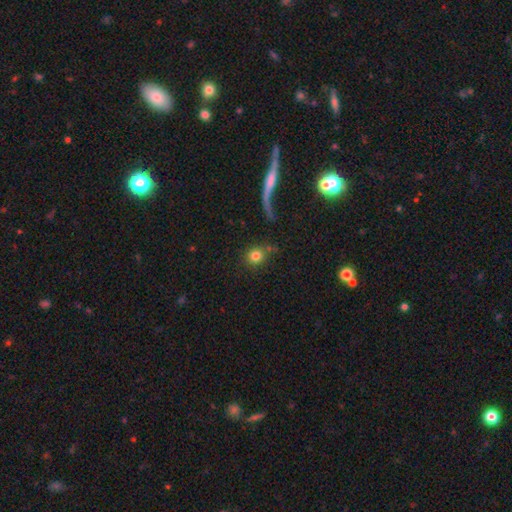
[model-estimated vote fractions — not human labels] Smooth or featured?
  - smooth: 81% *
  - star or artifact: 10%
  - featured or disk: 9%
How rounded?
  - round: 89% *
  - in between: 9%
  - cigar-shaped: 2%
Merging?
  - none: 74% *
  - minor disturbance: 9%
  - merger: 9%
  - major disturbance: 8%